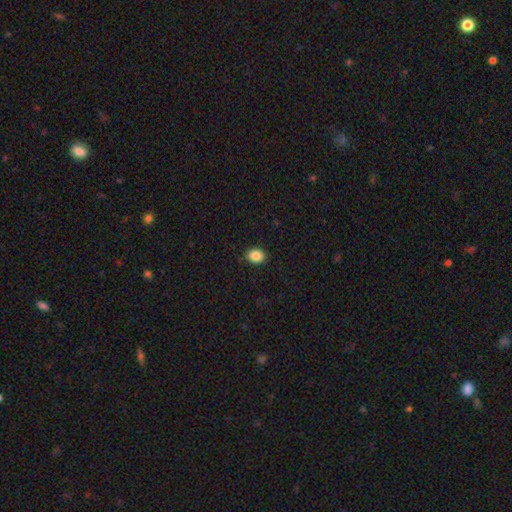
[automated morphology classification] Smooth or featured?
  - smooth: 87% *
  - star or artifact: 9%
  - featured or disk: 4%
How rounded?
  - in between: 54% *
  - round: 45%
  - cigar-shaped: 1%
Merging?
  - none: 89% *
  - minor disturbance: 8%
  - major disturbance: 2%
  - merger: 1%